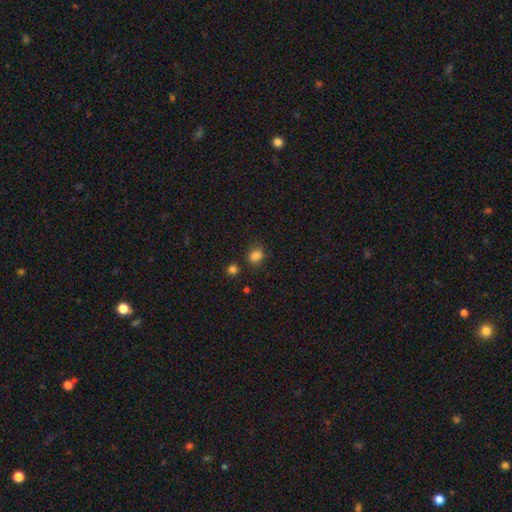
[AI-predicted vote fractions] This appears to be a smooth galaxy with no disk features (83%) that is round (62%). Merging: none (73%).